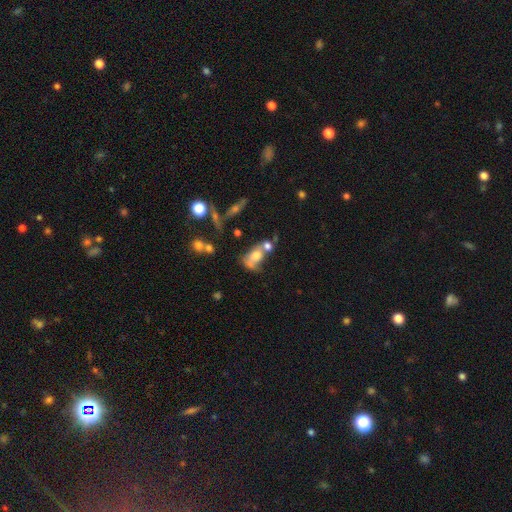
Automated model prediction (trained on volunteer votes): This is possibly a smooth galaxy (53%). How rounded: likely in between (74%). Merging: possibly merger (53%).